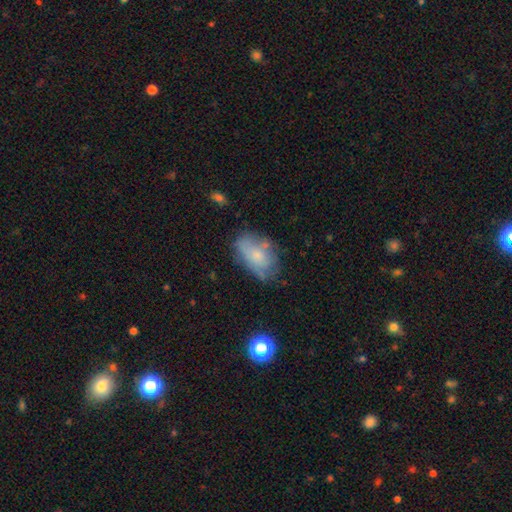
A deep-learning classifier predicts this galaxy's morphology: The model was most divided on "merging": none: 53%, minor disturbance: 30%, major disturbance: 11%, merger: 6%. More confident: how rounded — in between (90%); smooth or featured — smooth (61%).